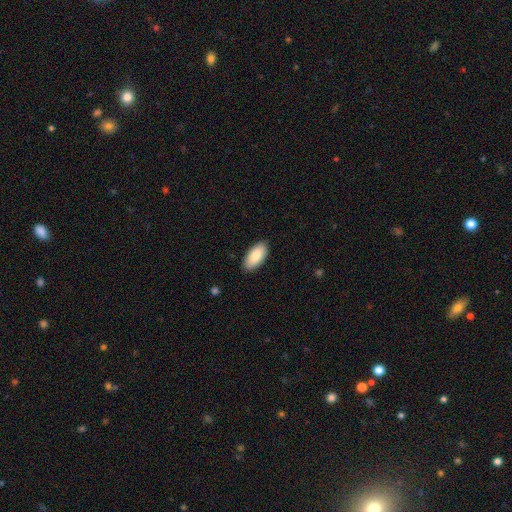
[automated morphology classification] Smooth or featured?
  - smooth: 85% *
  - featured or disk: 10%
  - star or artifact: 6%
How rounded?
  - in between: 93% *
  - cigar-shaped: 5%
  - round: 2%
Merging?
  - none: 89% *
  - minor disturbance: 9%
  - major disturbance: 2%
  - merger: 1%